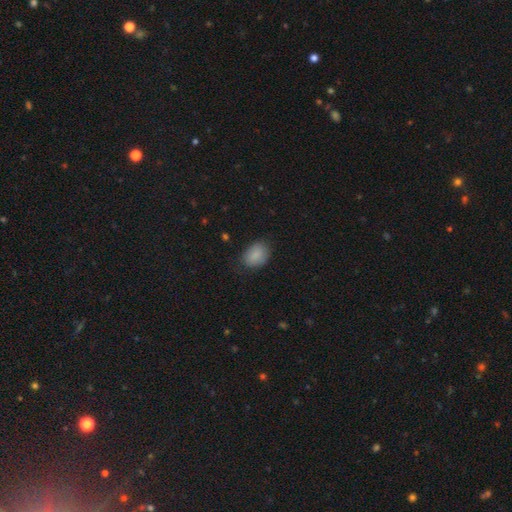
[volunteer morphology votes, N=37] A smooth galaxy with no disk features (92%) that is in between round and cigar-shaped (65%).

Vote fractions:
- Smooth or featured? smooth: 92% / star or artifact: 5% / featured or disk: 3%
- How rounded? in between: 65% / round: 35% / cigar-shaped: 0%
- Merging? none: 89% / minor disturbance: 11% / major disturbance: 0% / merger: 0%